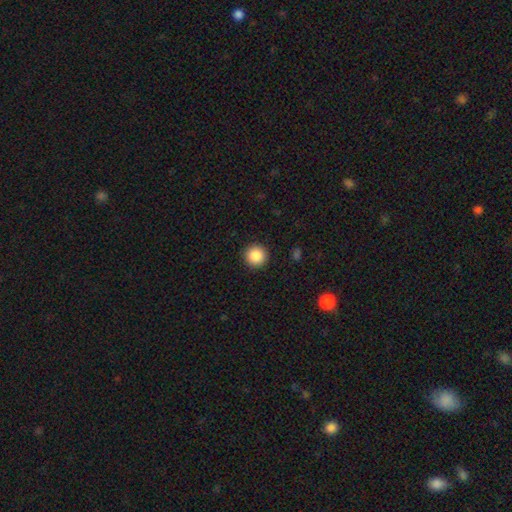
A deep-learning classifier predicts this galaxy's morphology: This is clearly a smooth galaxy (88%). How rounded: clearly round (96%). Merging: clearly none (93%).